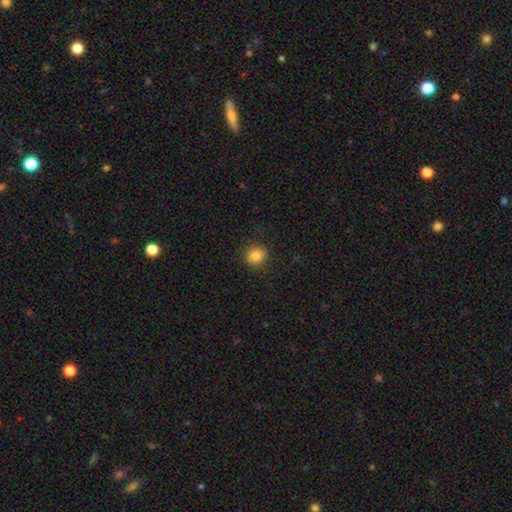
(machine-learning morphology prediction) This is clearly a smooth galaxy (85%). How rounded: clearly round (83%). Merging: clearly none (88%).